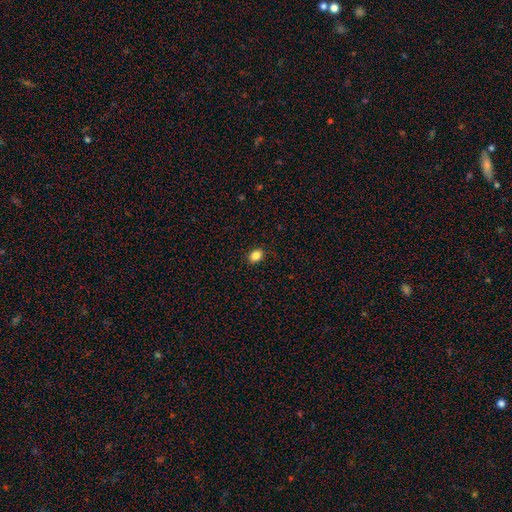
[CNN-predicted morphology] Smooth or featured? smooth (86%)
How rounded? in between (66%)
Merging? none (89%)